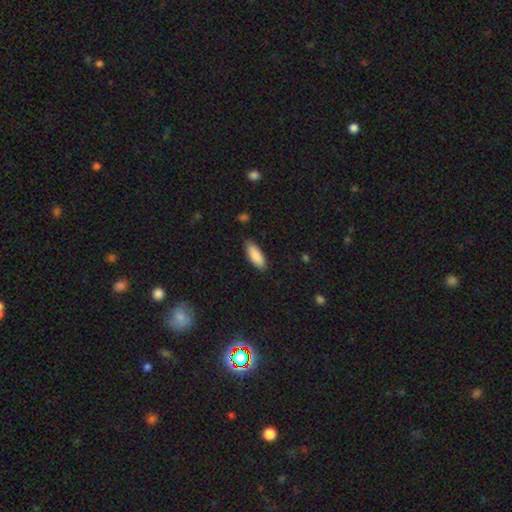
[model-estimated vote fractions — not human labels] A smooth galaxy with no disk features (89%) that is in between round and cigar-shaped (71%). Merging: none (86%).